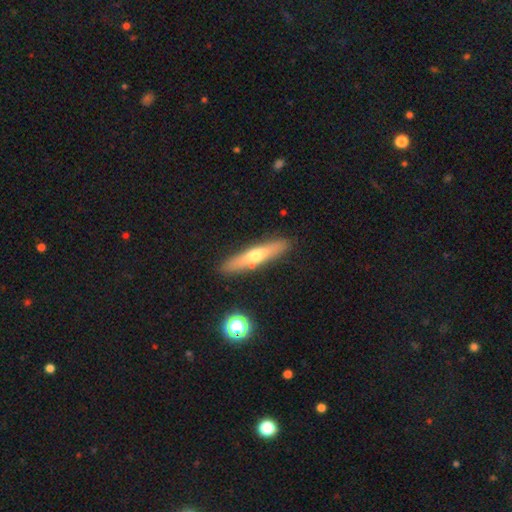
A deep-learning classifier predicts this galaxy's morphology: The model was most divided on "smooth or featured": featured or disk: 50%, smooth: 43%, star or artifact: 7%. More confident: merging — none (86%).